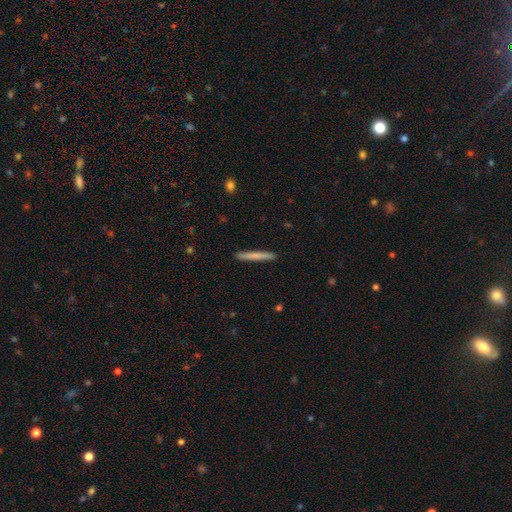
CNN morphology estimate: This appears to be a smooth galaxy with no disk features (72%) that is cigar-shaped (97%). Merging: none (92%).